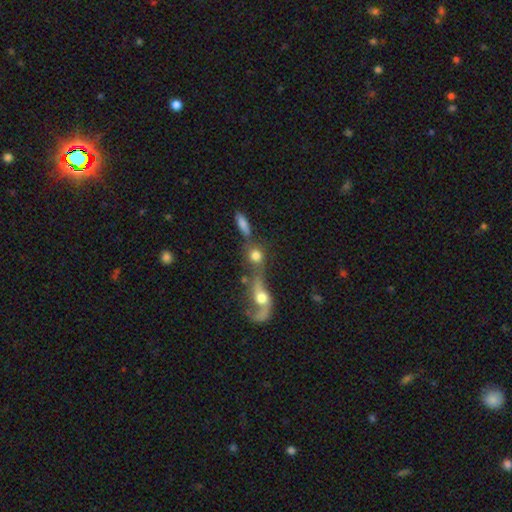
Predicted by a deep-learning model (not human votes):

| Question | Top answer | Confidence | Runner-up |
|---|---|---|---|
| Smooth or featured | smooth | 70% | featured or disk (18%) |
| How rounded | round | 69% | in between (26%) |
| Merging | merger | 51% | none (32%) |